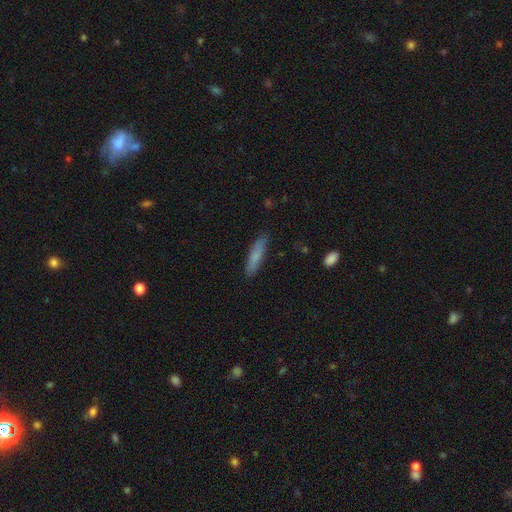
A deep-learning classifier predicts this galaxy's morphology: Q: Smooth or featured?
A: smooth (80%); runner-up: featured or disk (14%)
Q: How rounded?
A: cigar-shaped (82%); runner-up: in between (17%)
Q: Merging?
A: none (87%); runner-up: minor disturbance (10%)